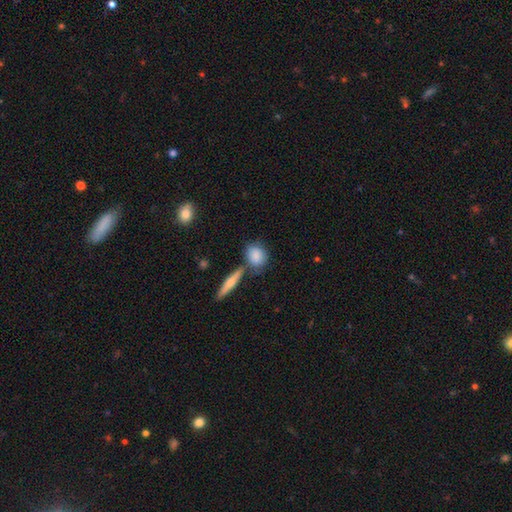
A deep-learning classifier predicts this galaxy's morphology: This is clearly a smooth galaxy (83%). How rounded: possibly round (51%). Merging: possibly none (58%).